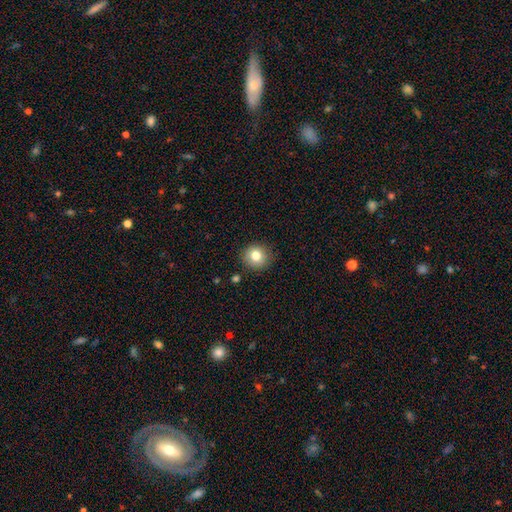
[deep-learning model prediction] A smooth galaxy with no disk features (80%) that is round (91%). Merging: none (89%).